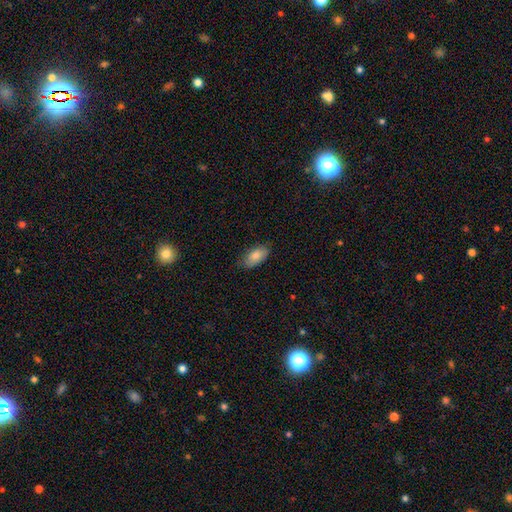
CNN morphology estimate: Smooth or featured? Predicted: smooth (p=0.83). How rounded? Predicted: in between (p=0.93). Merging? Predicted: none (p=0.77).